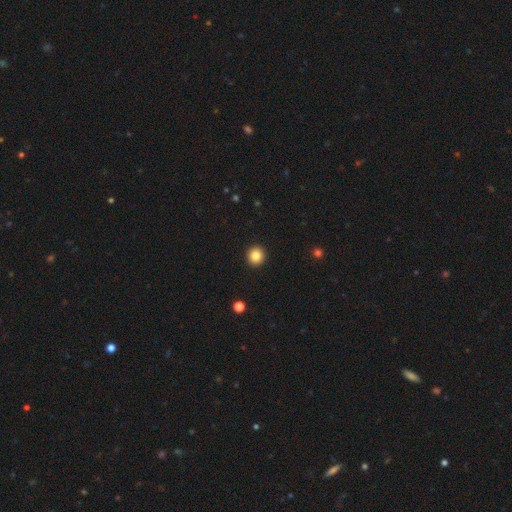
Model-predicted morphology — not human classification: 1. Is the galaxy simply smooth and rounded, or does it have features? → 85% smooth, 10% star or artifact, 4% featured or disk.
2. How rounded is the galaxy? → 93% round, 6% in between, 1% cigar-shaped.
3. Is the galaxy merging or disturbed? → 94% none, 4% minor disturbance, 1% major disturbance, 1% merger.